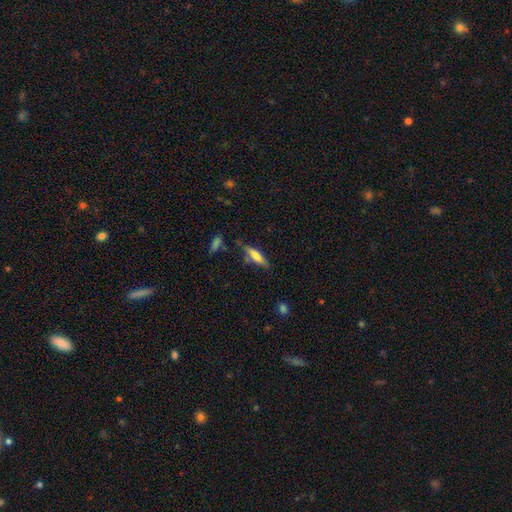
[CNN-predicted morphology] type=smooth (66%); roundness=cigar-shaped (70%); merging=none (67%).